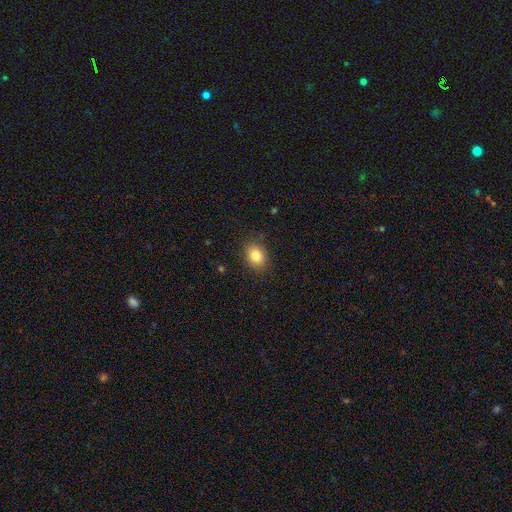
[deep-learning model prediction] The model was most divided on "how rounded": in between: 59%, round: 40%, cigar-shaped: 1%. More confident: merging — none (86%); smooth or featured — smooth (83%).